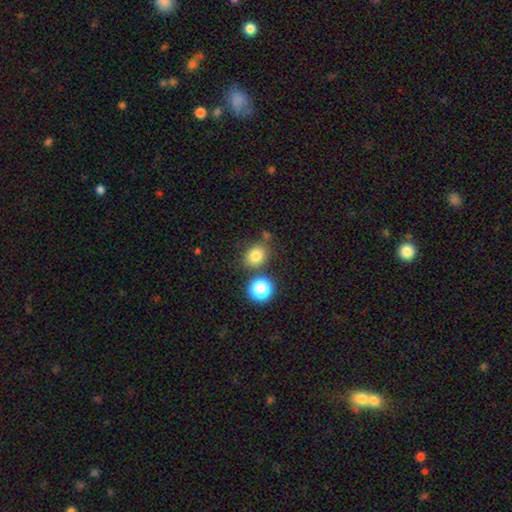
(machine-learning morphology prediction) A smooth galaxy with no disk features (78%) that is round (59%).

Vote fractions:
- Smooth or featured? smooth: 78% / star or artifact: 14% / featured or disk: 7%
- How rounded? round: 59% / in between: 40% / cigar-shaped: 1%
- Merging? none: 72% / minor disturbance: 13% / merger: 11% / major disturbance: 5%